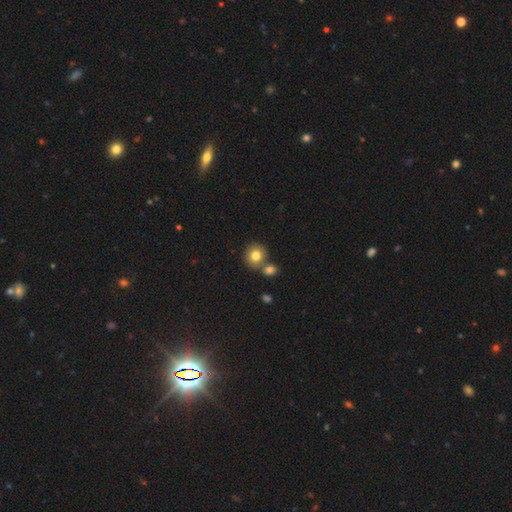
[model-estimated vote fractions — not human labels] This appears to be a smooth galaxy with no disk features (80%) that is round (86%). Merging: none (60%).